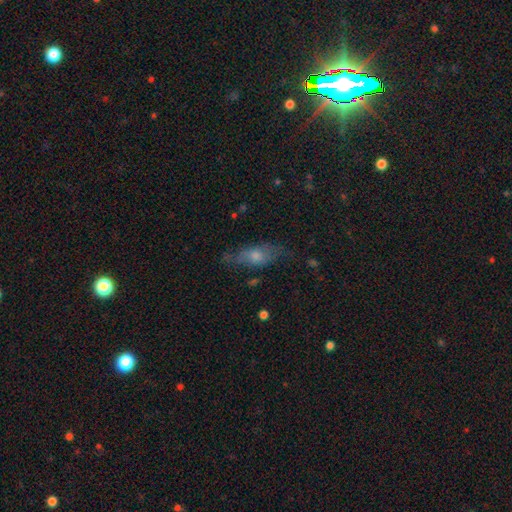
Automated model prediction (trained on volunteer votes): Overall: smooth (47%; featured or disk 41%). Merging: none (64%).